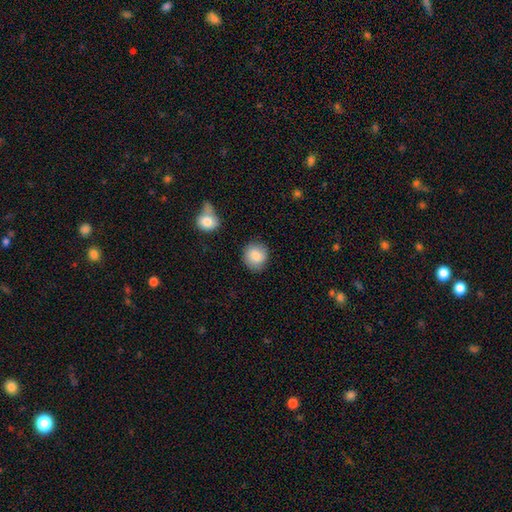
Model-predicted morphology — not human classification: smooth 85%, star or artifact 8%, featured or disk 7%. Down the decision tree: how rounded — round (89%); merging — none (84%).